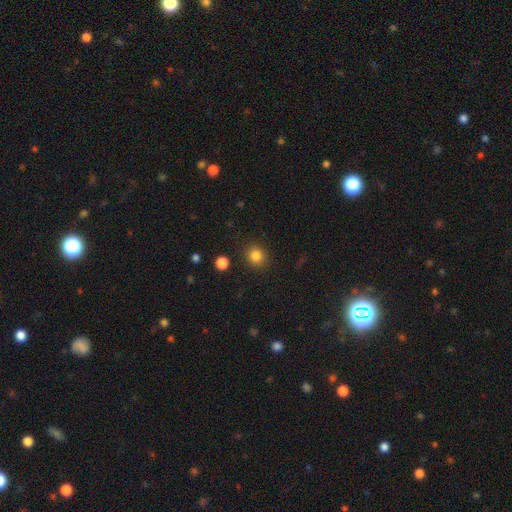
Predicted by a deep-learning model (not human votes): smooth_or_featured: smooth (p=0.84) [alt: star or artifact p=0.12]
how_rounded: round (p=0.86) [alt: in between p=0.13]
merging: none (p=0.89) [alt: minor disturbance p=0.07]